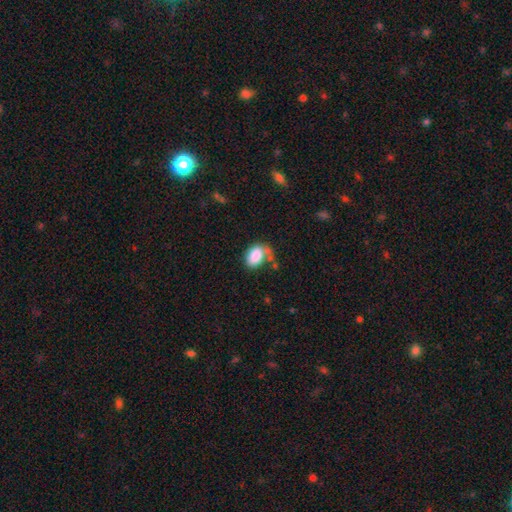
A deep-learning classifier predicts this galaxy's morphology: Smooth or featured? smooth (84%)
How rounded? in between (87%)
Merging? none (48%)